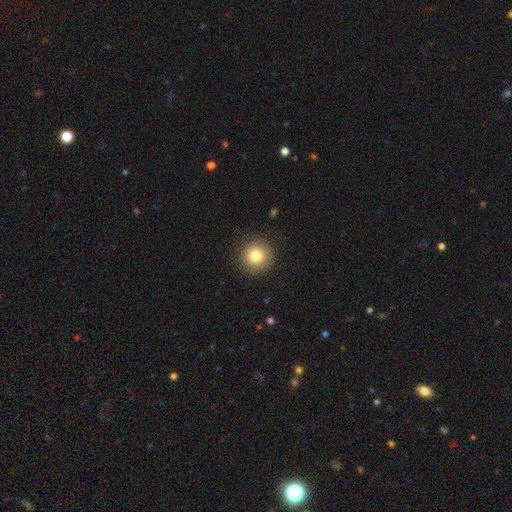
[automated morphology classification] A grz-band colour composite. It shows a smooth galaxy with no disk features (80%) that is round (94%). Merging: none (88%).